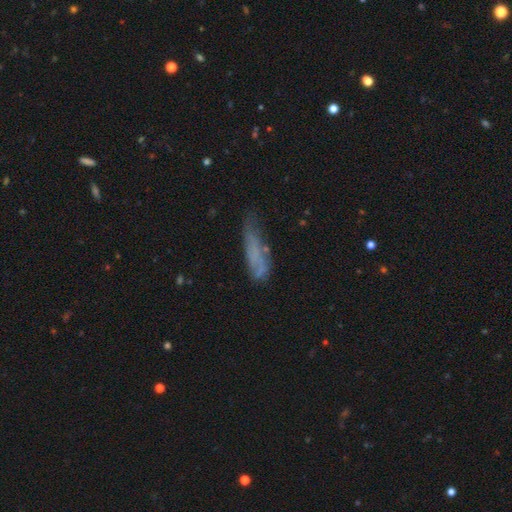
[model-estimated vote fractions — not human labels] Smooth or featured? Predicted: smooth (p=0.55). How rounded? Predicted: cigar-shaped (p=0.66). Merging? Predicted: none (p=0.41).